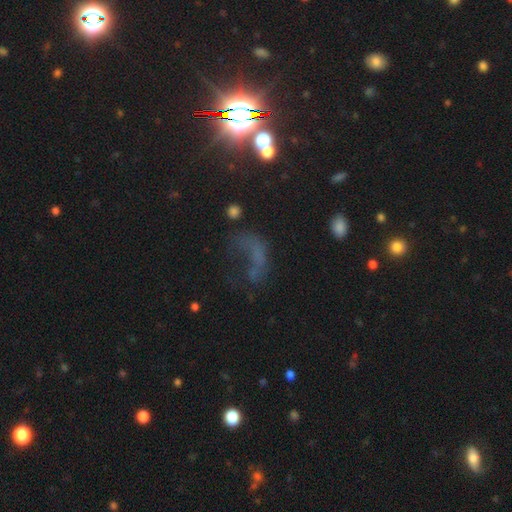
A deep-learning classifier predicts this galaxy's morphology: Smooth or featured? Predicted: star or artifact (p=0.42).